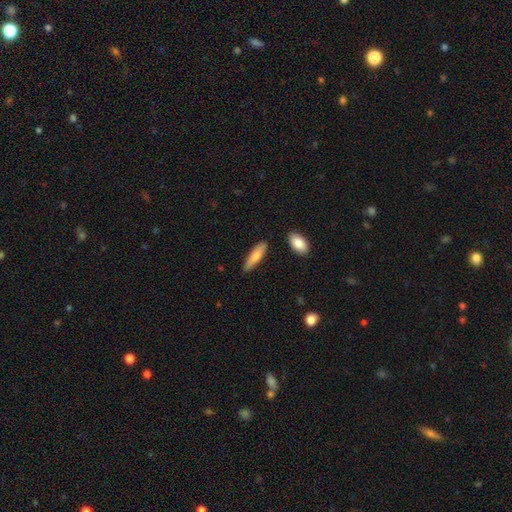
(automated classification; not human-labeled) Smooth or featured? smooth (73%)
How rounded? cigar-shaped (64%)
Merging? none (81%)